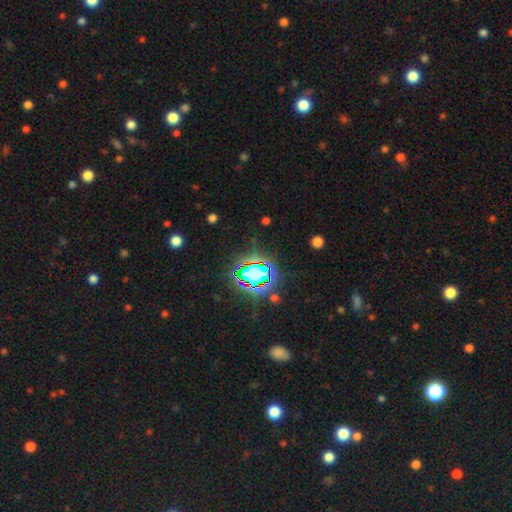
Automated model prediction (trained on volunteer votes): star or artifact 80%, smooth 12%, featured or disk 8%.